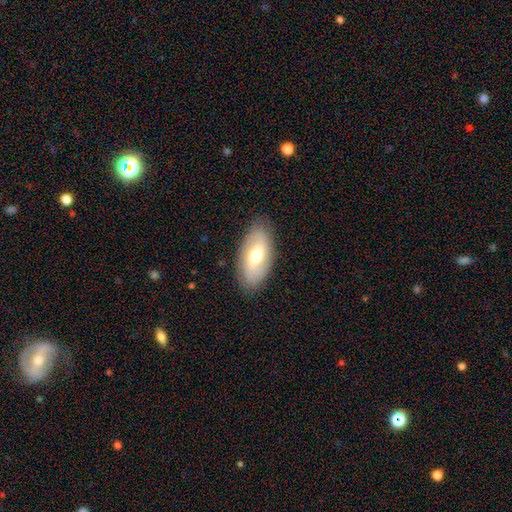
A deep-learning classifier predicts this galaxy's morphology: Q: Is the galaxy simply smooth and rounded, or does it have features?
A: smooth — 49%.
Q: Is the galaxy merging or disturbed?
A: none — 86%.